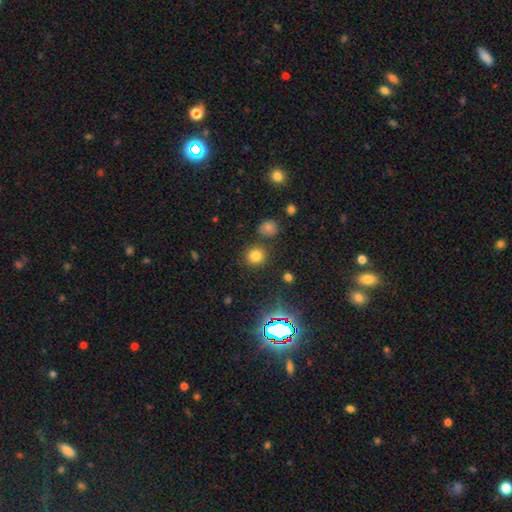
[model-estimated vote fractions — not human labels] Q: Smooth or featured?
A: smooth (75%); runner-up: star or artifact (19%)
Q: How rounded?
A: round (90%); runner-up: in between (9%)
Q: Merging?
A: none (83%); runner-up: minor disturbance (8%)